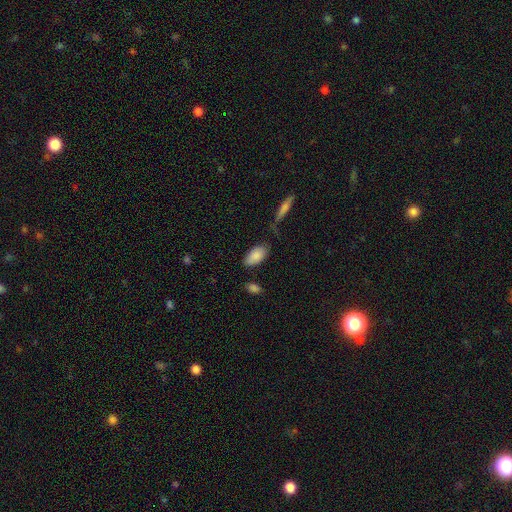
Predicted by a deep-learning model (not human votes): Smooth or featured?
  - smooth: 86% *
  - featured or disk: 8%
  - star or artifact: 6%
How rounded?
  - in between: 94% *
  - cigar-shaped: 4%
  - round: 2%
Merging?
  - none: 70% *
  - minor disturbance: 19%
  - merger: 6%
  - major disturbance: 5%